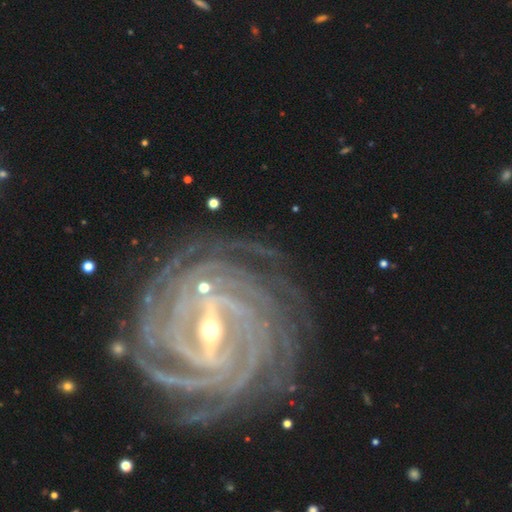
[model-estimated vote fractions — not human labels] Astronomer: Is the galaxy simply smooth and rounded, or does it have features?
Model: featured or disk — 93%.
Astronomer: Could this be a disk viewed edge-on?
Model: no — 97%.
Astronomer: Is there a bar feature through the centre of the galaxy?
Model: strong — 72%.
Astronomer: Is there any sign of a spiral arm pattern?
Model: yes — 99%.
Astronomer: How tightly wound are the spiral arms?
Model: tight — 87%.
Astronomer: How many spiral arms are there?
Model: more than 4 — 37% (runner-up: 4, 24%).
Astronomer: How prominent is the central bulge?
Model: small — 51% (runner-up: moderate, 45%).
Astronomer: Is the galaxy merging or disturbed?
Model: none — 84%.